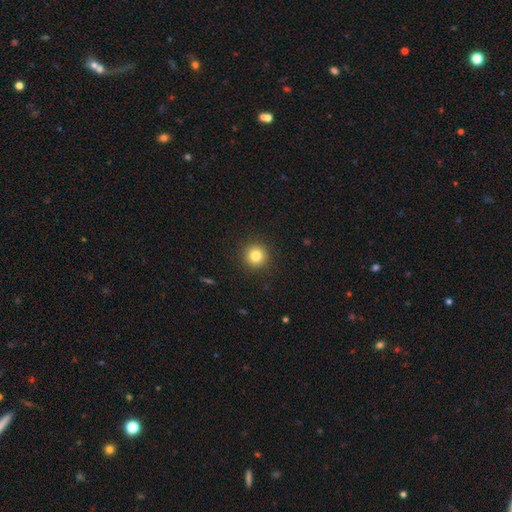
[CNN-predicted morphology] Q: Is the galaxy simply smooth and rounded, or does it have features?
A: smooth — 82%.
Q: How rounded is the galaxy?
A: round — 95%.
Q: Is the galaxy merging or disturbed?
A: none — 92%.